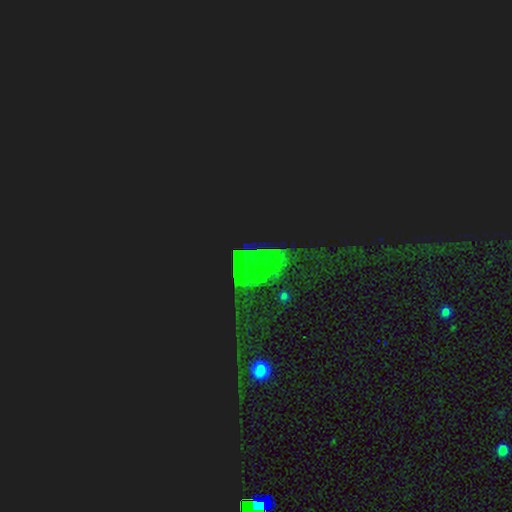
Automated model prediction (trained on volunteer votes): Smooth or featured? Predicted: star or artifact (p=0.73).